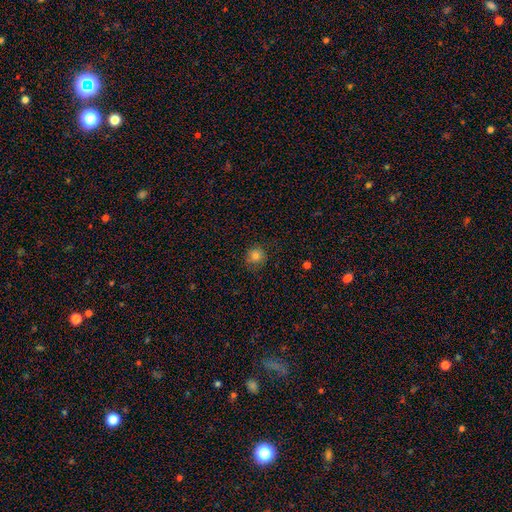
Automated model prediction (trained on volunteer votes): Smooth or featured? smooth (80%)
How rounded? round (92%)
Merging? none (84%)